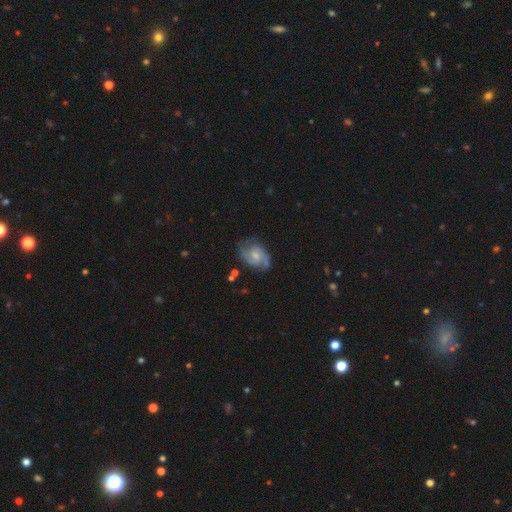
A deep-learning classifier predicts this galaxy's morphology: Overall: featured or disk (80%). Edge-on disk: no (97%). Bar: no (47%; weak 46%). Spiral arms: yes (94%). Spiral arm count: 2 (77%). Spiral winding: medium (51%; tight 32%). Bulge size: small (47%; moderate 40%). Merging: none (67%).